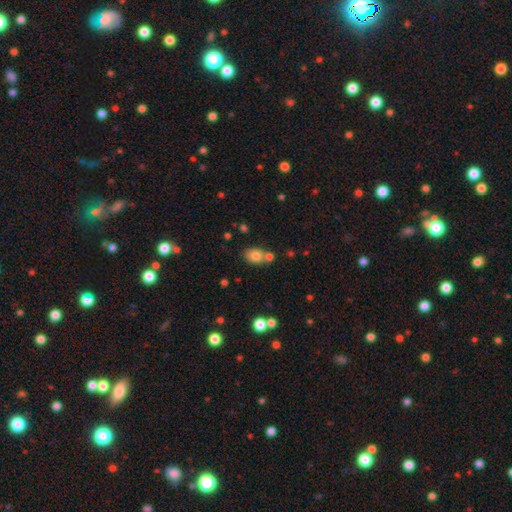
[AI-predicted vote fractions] The model was most divided on "how rounded": in between: 62%, round: 36%, cigar-shaped: 1%. More confident: smooth or featured — smooth (79%); merging — none (59%).